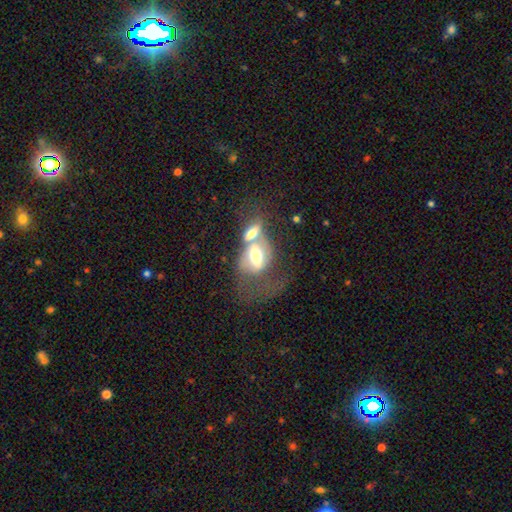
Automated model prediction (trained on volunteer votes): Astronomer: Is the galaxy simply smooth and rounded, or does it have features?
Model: featured or disk — 48% (runner-up: smooth, 44%).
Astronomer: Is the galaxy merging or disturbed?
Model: merger — 70%.